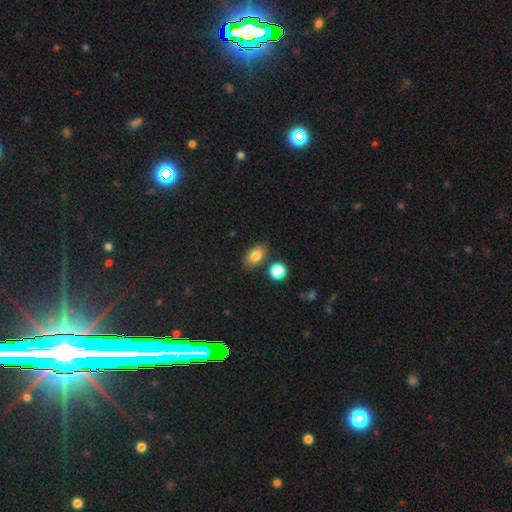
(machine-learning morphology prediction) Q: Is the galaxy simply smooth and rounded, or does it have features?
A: smooth — 82%.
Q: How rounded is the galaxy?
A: in between — 85%.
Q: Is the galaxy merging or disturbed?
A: none — 79%.